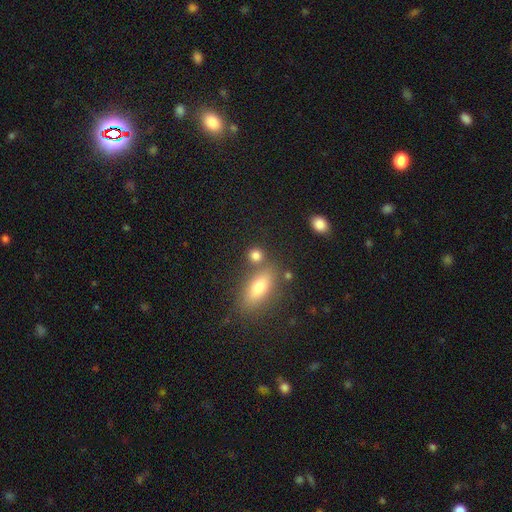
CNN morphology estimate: Smooth or featured?
  - smooth: 80% *
  - star or artifact: 12%
  - featured or disk: 8%
How rounded?
  - round: 73% *
  - in between: 23%
  - cigar-shaped: 4%
Merging?
  - none: 70% *
  - merger: 16%
  - minor disturbance: 10%
  - major disturbance: 4%